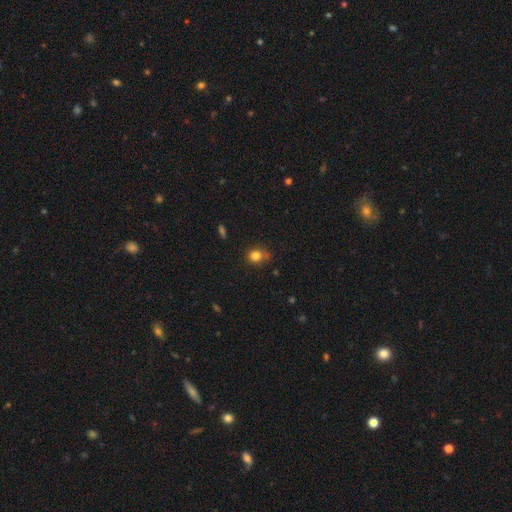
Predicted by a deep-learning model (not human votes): Smooth or featured? smooth (81%)
How rounded? round (69%)
Merging? none (63%)